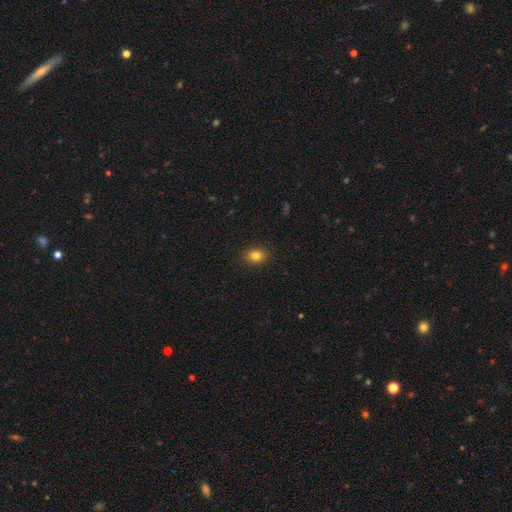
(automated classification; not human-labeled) Overall: smooth (83%). How rounded: in between (58%; round 41%). Merging: none (90%).